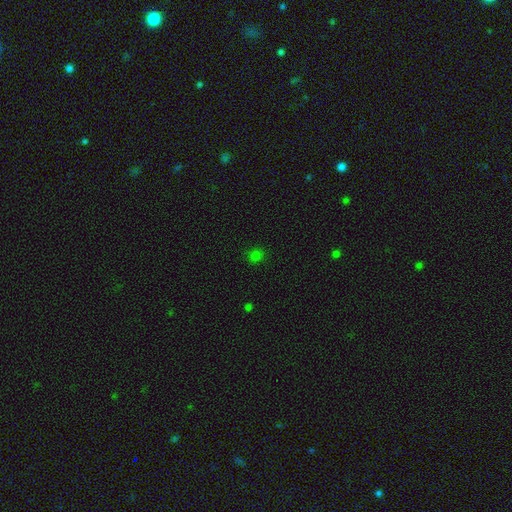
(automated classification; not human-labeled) Smooth or featured? Predicted: smooth (p=0.75). How rounded? Predicted: round (p=0.78). Merging? Predicted: none (p=0.87).